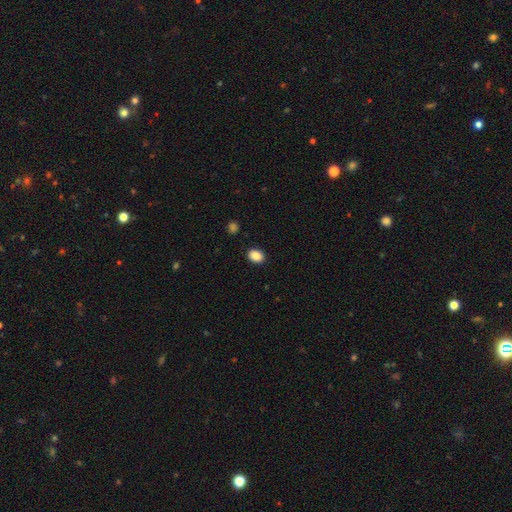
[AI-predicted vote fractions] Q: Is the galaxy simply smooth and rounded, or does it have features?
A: smooth — 89%.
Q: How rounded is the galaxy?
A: in between — 59%.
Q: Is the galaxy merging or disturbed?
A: none — 90%.